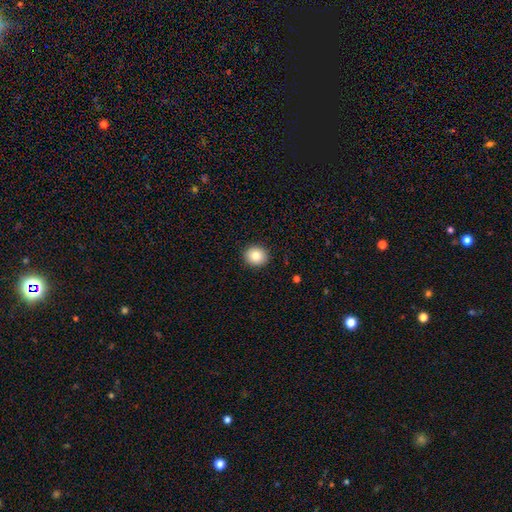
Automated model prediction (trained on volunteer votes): Q: Smooth or featured?
A: smooth (84%); runner-up: star or artifact (9%)
Q: How rounded?
A: round (83%); runner-up: in between (16%)
Q: Merging?
A: none (92%); runner-up: minor disturbance (6%)